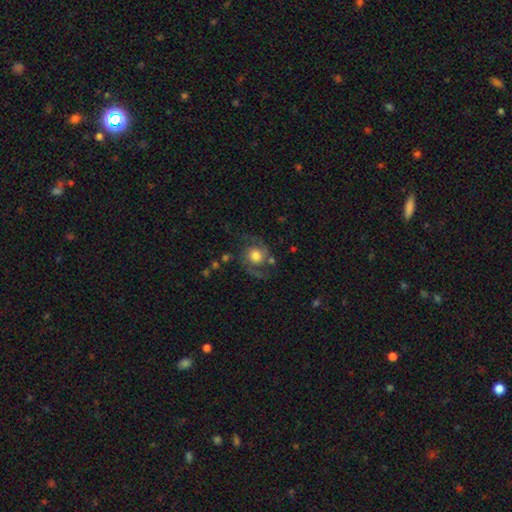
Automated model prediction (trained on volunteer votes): featured or disk 74%, smooth 19%, star or artifact 8%. Down the decision tree: edge-on disk — no (98%); bar — no (75%); spiral arms — yes (93%); spiral arm count — 2 (92%); spiral winding — medium (49%); bulge size — moderate (46%); merging — none (68%).